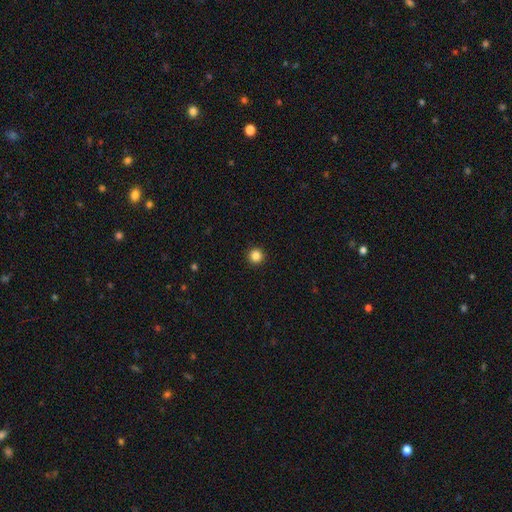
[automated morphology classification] type=smooth (85%); roundness=round (96%); merging=none (94%).